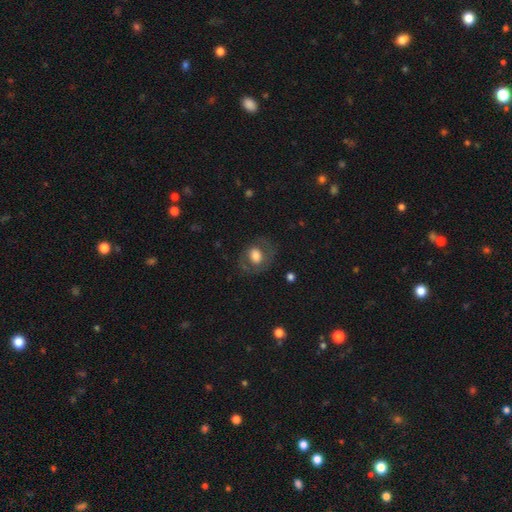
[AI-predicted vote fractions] smooth_or_featured: smooth (p=0.60) [alt: featured or disk p=0.32]
how_rounded: round (p=0.51) [alt: in between p=0.48]
merging: none (p=0.70) [alt: minor disturbance p=0.16]